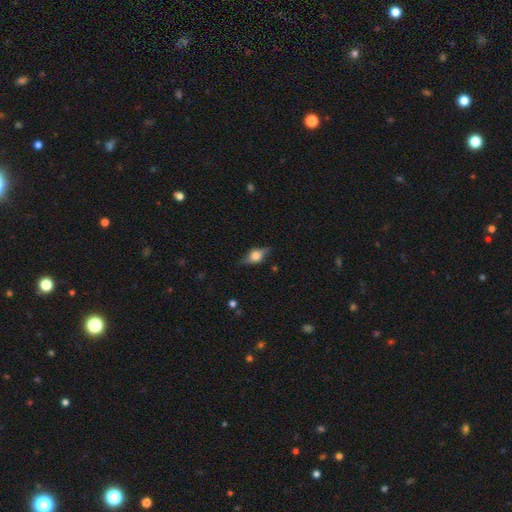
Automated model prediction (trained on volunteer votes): A featured or disk galaxy (61%) viewed edge-on (92%) with a rounded central bulge (92%). Merging: none (80%).